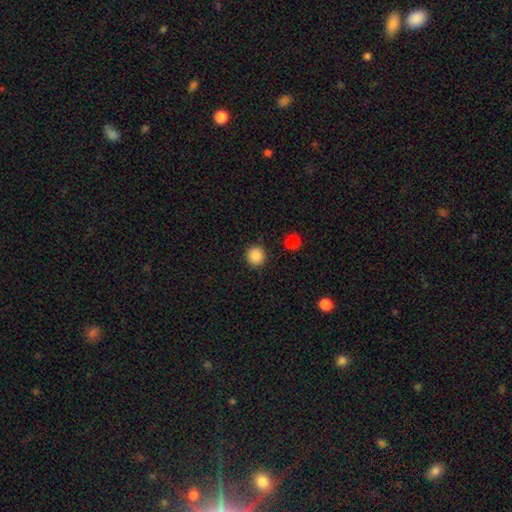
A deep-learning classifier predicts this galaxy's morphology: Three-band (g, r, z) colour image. It shows a smooth galaxy with no disk features (88%) that is round (93%). Merging: none (91%).